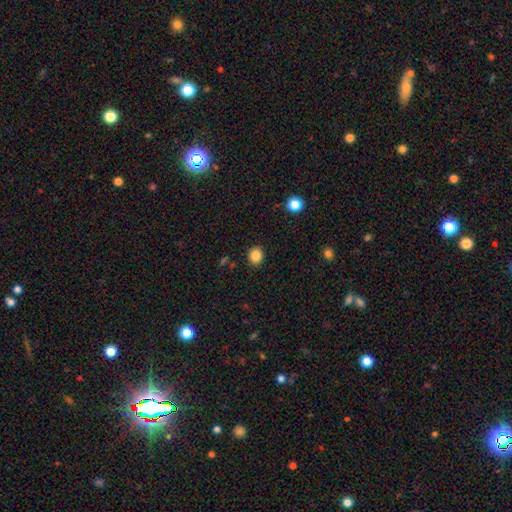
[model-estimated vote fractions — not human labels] Smooth or featured? smooth (85%)
How rounded? round (73%)
Merging? none (90%)